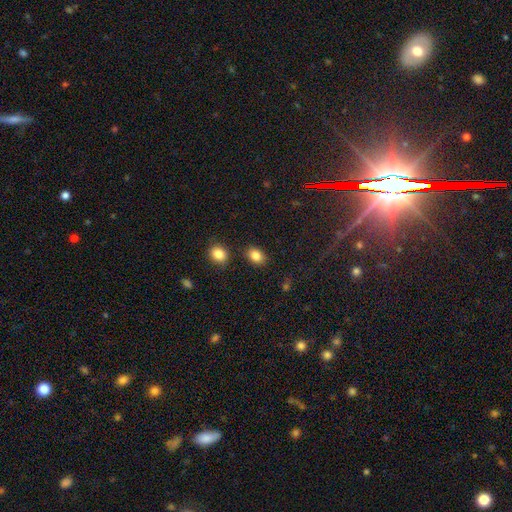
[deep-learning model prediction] Morphology: type=smooth (86%); roundness=in between (73%); merging=none (83%).